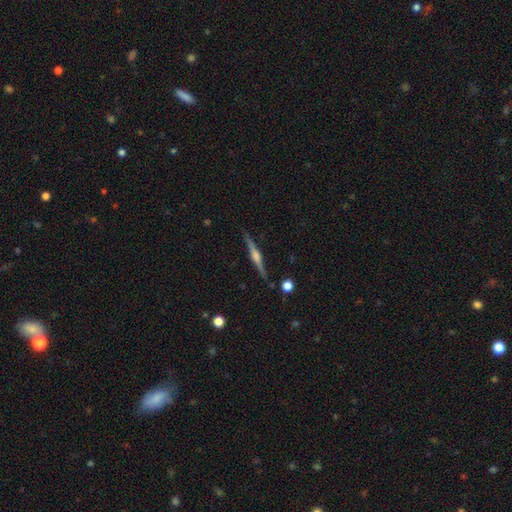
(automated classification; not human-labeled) smooth_or_featured: featured or disk (p=0.82) [alt: smooth p=0.12]
disk_edge_on: yes (p=0.98) [alt: no p=0.02]
edge_on_bulge: rounded (p=0.83) [alt: boxy p=0.12]
merging: none (p=0.91) [alt: minor disturbance p=0.07]